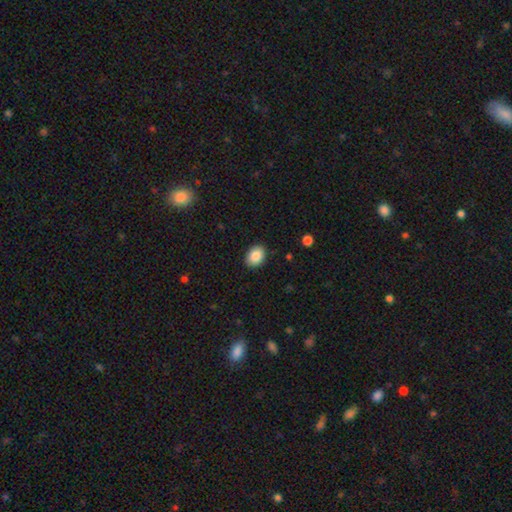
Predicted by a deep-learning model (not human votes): Morphology: type=smooth (87%); roundness=in between (68%); merging=none (89%).